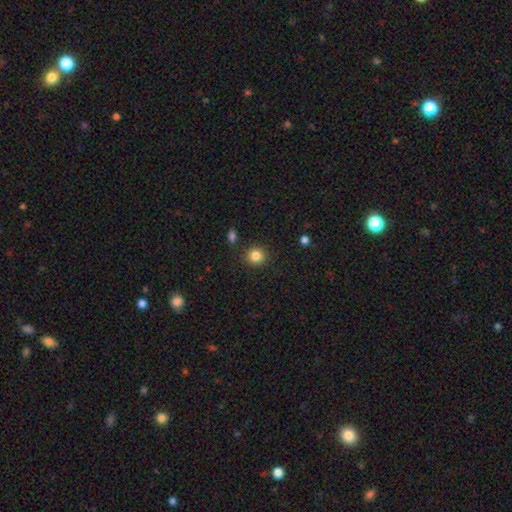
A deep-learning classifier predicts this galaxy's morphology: smooth-or-featured: smooth: 84% | star or artifact: 11% | featured or disk: 5%
  how-rounded: round: 89% | in between: 10% | cigar-shaped: 1%
  merging: none: 89% | minor disturbance: 6% | merger: 2% | major disturbance: 2%